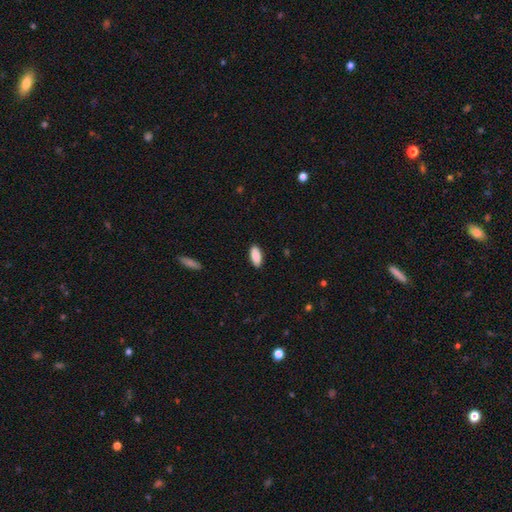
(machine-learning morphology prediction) This appears to be a smooth galaxy with no disk features (90%) that is in between round and cigar-shaped (86%). Merging: none (90%).